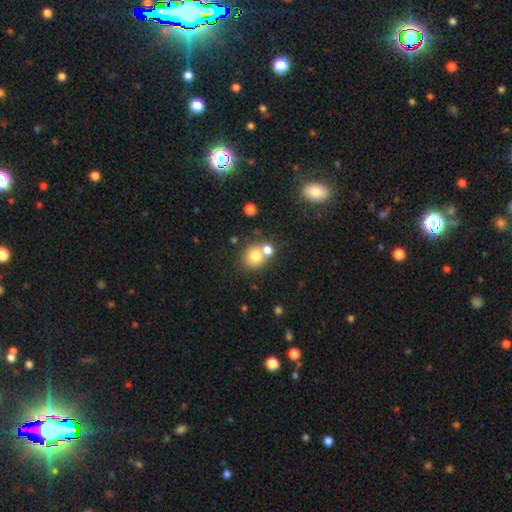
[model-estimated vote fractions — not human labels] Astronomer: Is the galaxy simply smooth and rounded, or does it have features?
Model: smooth — 77%.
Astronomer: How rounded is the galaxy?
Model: round — 84%.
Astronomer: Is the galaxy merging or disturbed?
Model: none — 51% (runner-up: merger, 37%).